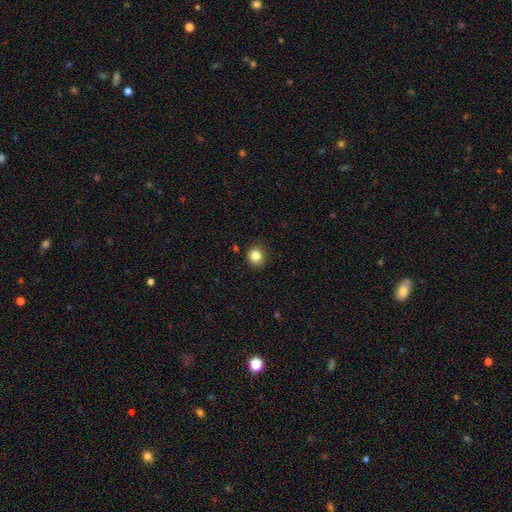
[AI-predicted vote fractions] smooth 83%, star or artifact 12%, featured or disk 5%. Down the decision tree: how rounded — round (89%); merging — none (90%).